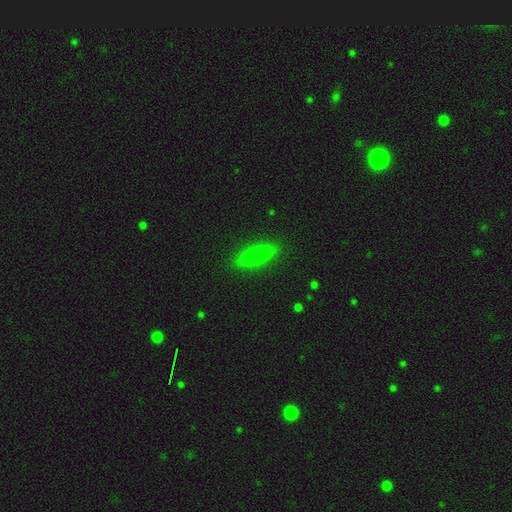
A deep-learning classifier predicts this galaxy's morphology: This is likely a smooth galaxy (78%). How rounded: clearly cigar-shaped (83%). Merging: clearly none (89%).